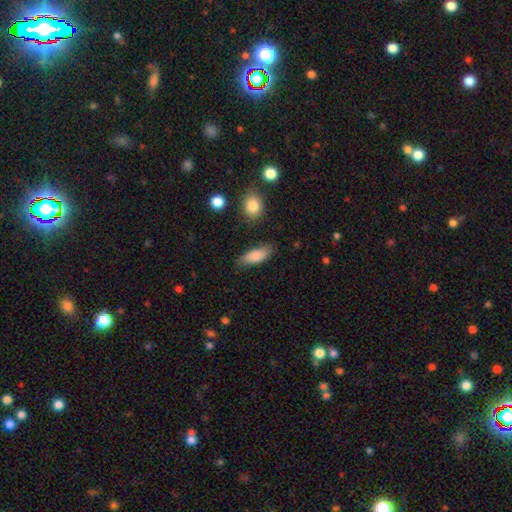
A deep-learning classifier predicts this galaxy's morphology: A smooth galaxy with no disk features (83%) that is in between round and cigar-shaped (78%). Merging: none (76%).